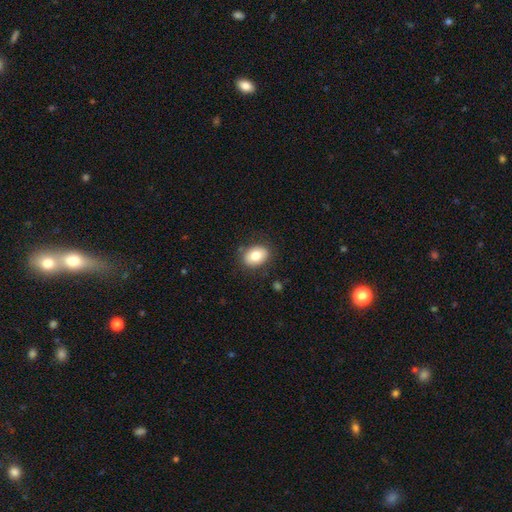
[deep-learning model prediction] smooth-or-featured: smooth: 79% | featured or disk: 13% | star or artifact: 8%
  how-rounded: in between: 70% | round: 29% | cigar-shaped: 1%
  merging: none: 84% | minor disturbance: 12% | major disturbance: 3% | merger: 2%